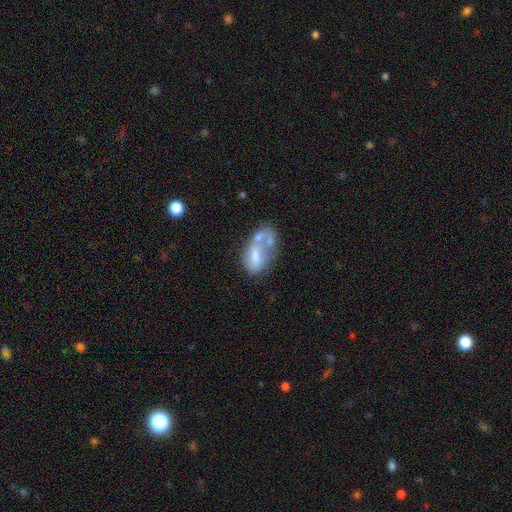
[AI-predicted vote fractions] Smooth or featured?
  - smooth: 45% * (tied)
  - featured or disk: 45% * (tied)
  - star or artifact: 10%
Merging?
  - merger: 46% *
  - none: 21%
  - major disturbance: 18%
  - minor disturbance: 15%